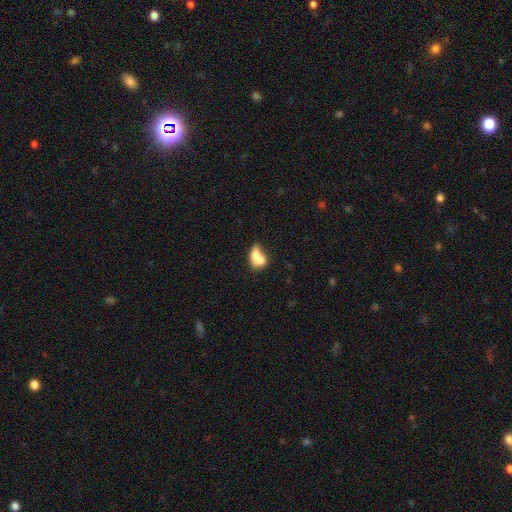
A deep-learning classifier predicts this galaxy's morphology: Q: Smooth or featured?
A: smooth (68%); runner-up: featured or disk (23%)
Q: How rounded?
A: in between (76%); runner-up: round (19%)
Q: Merging?
A: merger (55%); runner-up: none (19%)